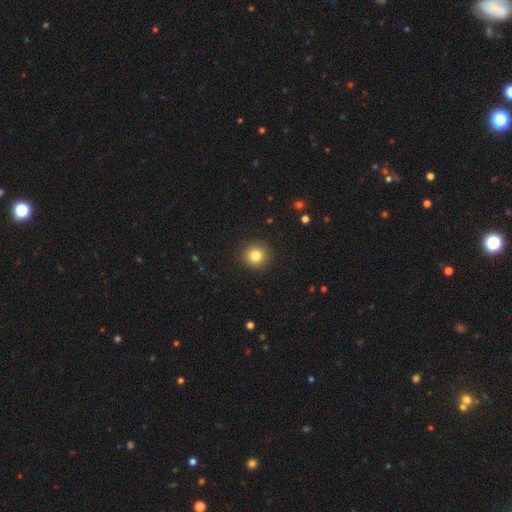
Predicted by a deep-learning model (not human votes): This is clearly a smooth galaxy (82%). How rounded: clearly round (94%). Merging: clearly none (92%).